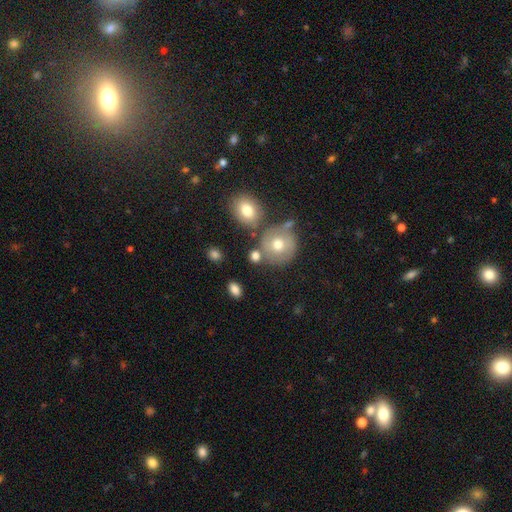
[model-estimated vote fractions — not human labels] Morphology: type=smooth (69%); roundness=round (79%); merging=none (64%).